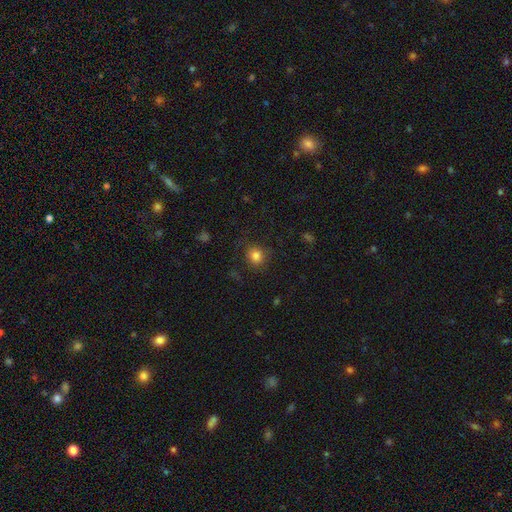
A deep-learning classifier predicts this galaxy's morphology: Overall: smooth (82%). How rounded: round (83%). Merging: none (82%).